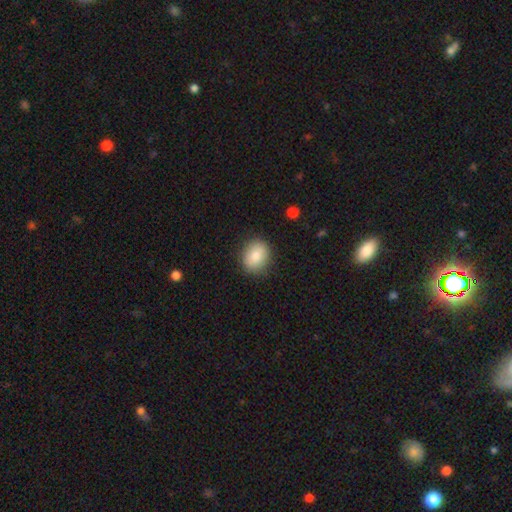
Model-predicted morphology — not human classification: smooth-or-featured: smooth: 84% | featured or disk: 8% | star or artifact: 8%
  how-rounded: round: 56% | in between: 43% | cigar-shaped: 1%
  merging: none: 86% | minor disturbance: 10% | major disturbance: 3% | merger: 1%